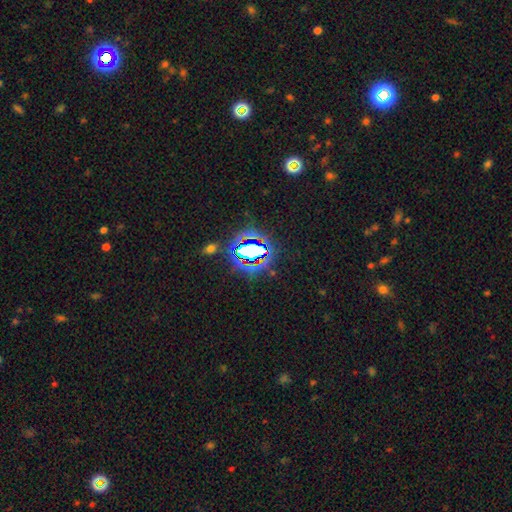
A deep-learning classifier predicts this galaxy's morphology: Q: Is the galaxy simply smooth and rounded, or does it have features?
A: star or artifact — 66%.